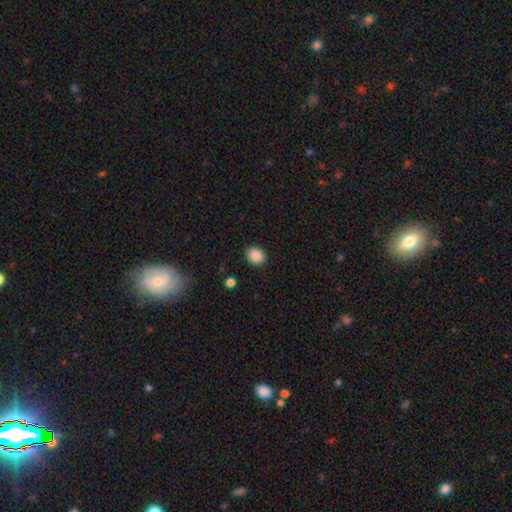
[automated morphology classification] This appears to be a smooth galaxy with no disk features (88%) that is round (53%). Merging: none (88%).